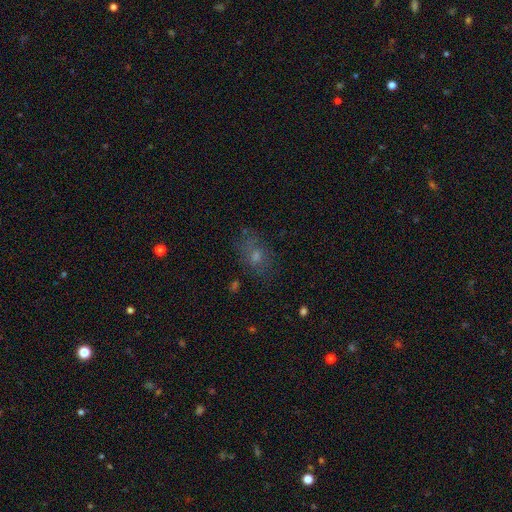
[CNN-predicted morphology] The model was most divided on "smooth or featured": smooth: 56%, featured or disk: 25%, star or artifact: 19%. More confident: how rounded — in between (74%); merging — none (62%).